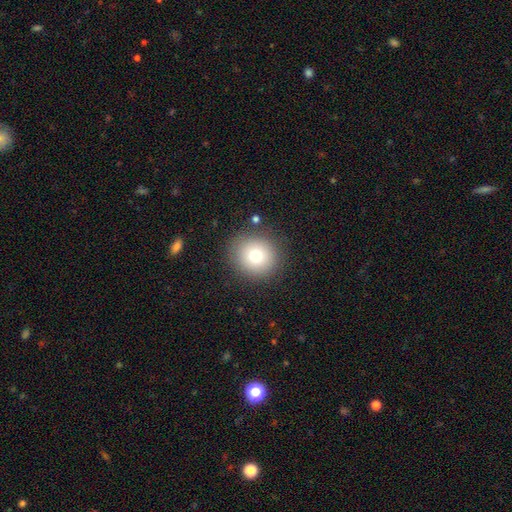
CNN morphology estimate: Q: Smooth or featured?
A: smooth (75%); runner-up: star or artifact (13%)
Q: How rounded?
A: round (91%); runner-up: in between (8%)
Q: Merging?
A: none (87%); runner-up: minor disturbance (8%)